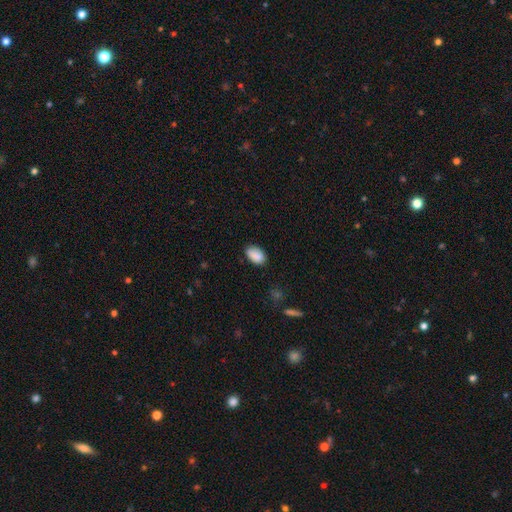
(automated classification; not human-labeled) Smooth or featured? smooth (88%)
How rounded? in between (91%)
Merging? none (78%)